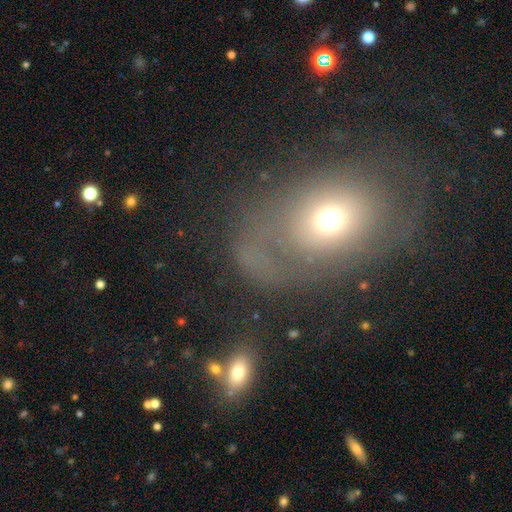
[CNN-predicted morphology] type=smooth (47%); merging=none (54%).